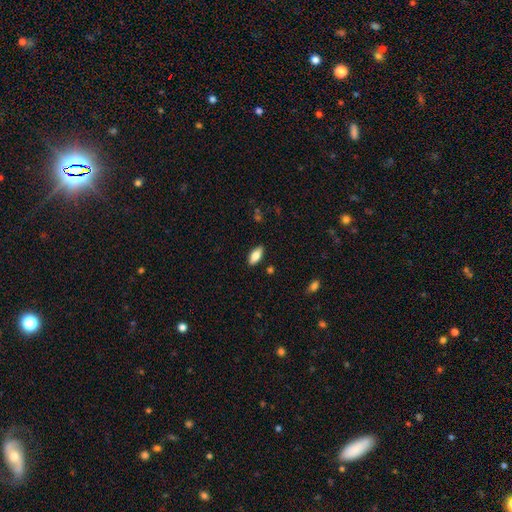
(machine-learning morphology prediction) smooth-or-featured: smooth: 80% | featured or disk: 13% | star or artifact: 7%
  how-rounded: in between: 88% | cigar-shaped: 10% | round: 2%
  merging: none: 87% | minor disturbance: 9% | major disturbance: 2% | merger: 1%